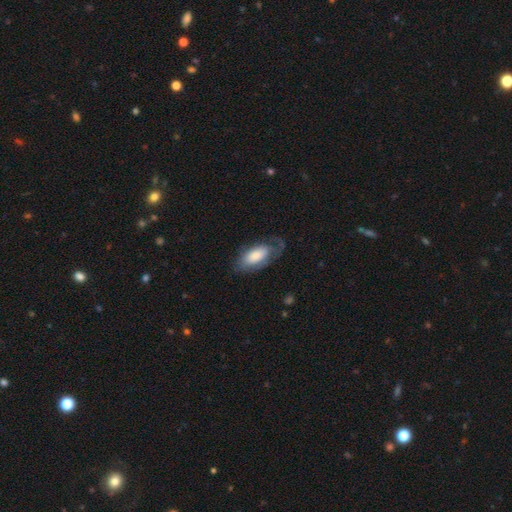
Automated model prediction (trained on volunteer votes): A smooth galaxy with no disk features (65%) that is in between round and cigar-shaped (93%). Merging: none (52%).